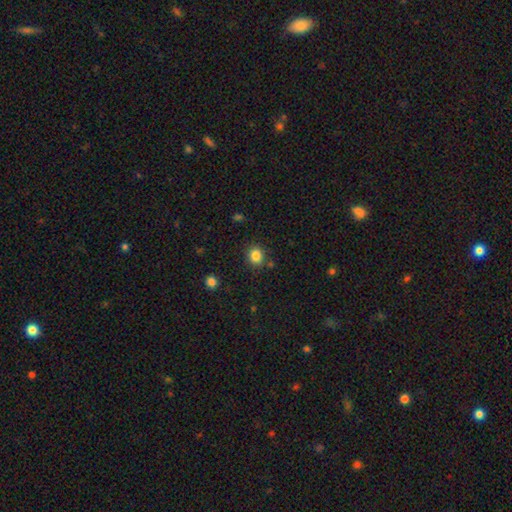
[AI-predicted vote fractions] Q: Smooth or featured?
A: smooth (84%); runner-up: star or artifact (11%)
Q: How rounded?
A: round (72%); runner-up: in between (28%)
Q: Merging?
A: none (81%); runner-up: minor disturbance (11%)